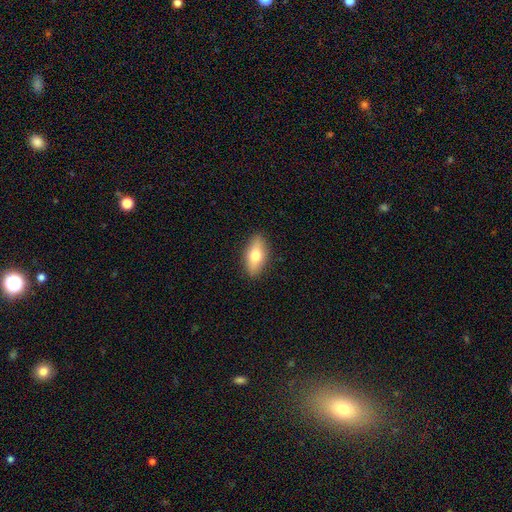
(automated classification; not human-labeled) Overall: smooth (69%). How rounded: in between (84%). Merging: none (88%).